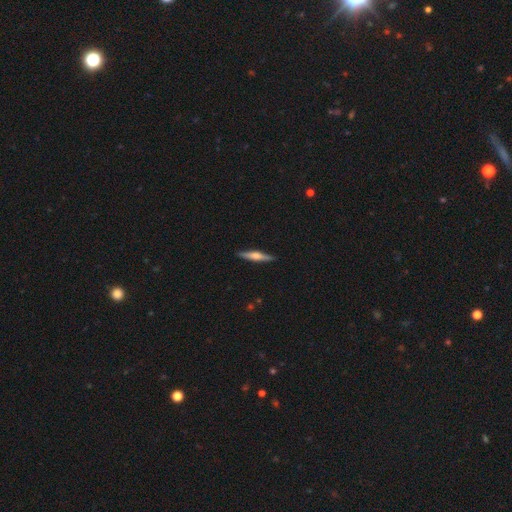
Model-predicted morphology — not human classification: Smooth or featured? featured or disk (60%)
Edge-on disk? yes (97%)
Edge-on bulge? rounded (80%)
Merging? none (89%)